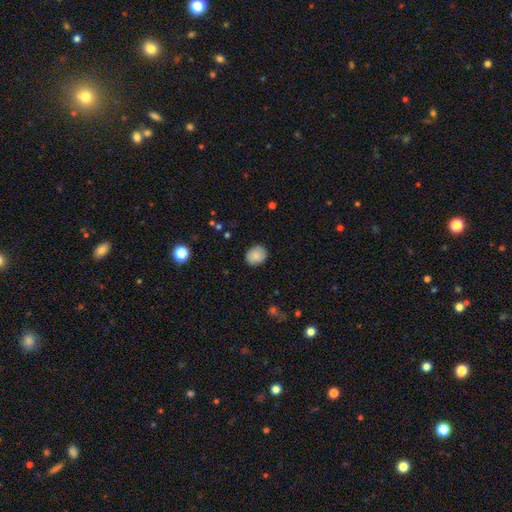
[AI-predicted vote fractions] A smooth galaxy with no disk features (86%) that is round (58%). Merging: none (87%).